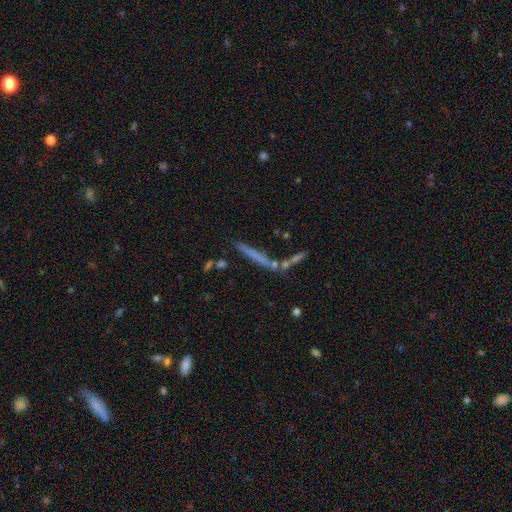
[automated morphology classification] Smooth or featured?
  - smooth: 50% *
  - featured or disk: 40%
  - star or artifact: 10%
How rounded?
  - cigar-shaped: 95% *
  - in between: 3%
  - round: 2%
Merging?
  - none: 74% *
  - minor disturbance: 11%
  - merger: 11%
  - major disturbance: 4%